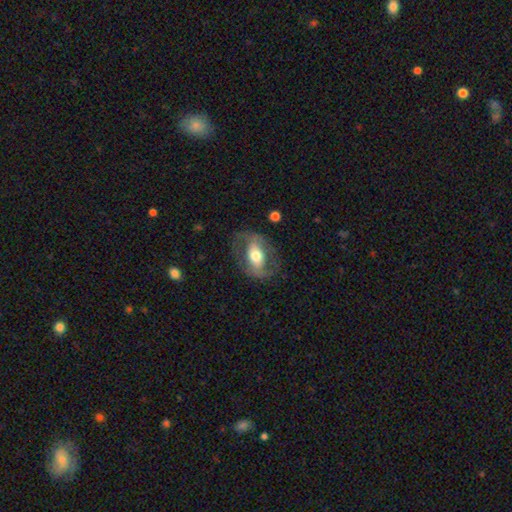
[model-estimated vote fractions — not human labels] Morphology: type=featured or disk (61%); edge-on=no (89%); bar=strong (36%); spiral arms=yes (53%); bulge=moderate (63%); merging=none (69%).